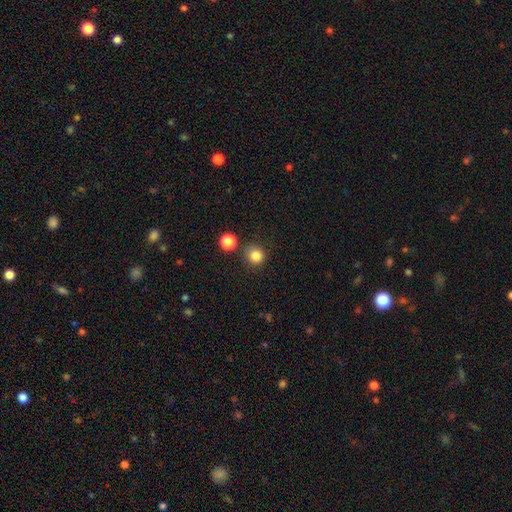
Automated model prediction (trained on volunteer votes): The model was most divided on "merging": none: 81%, minor disturbance: 9%, merger: 6%, major disturbance: 3%. More confident: how rounded — round (89%); smooth or featured — smooth (84%).